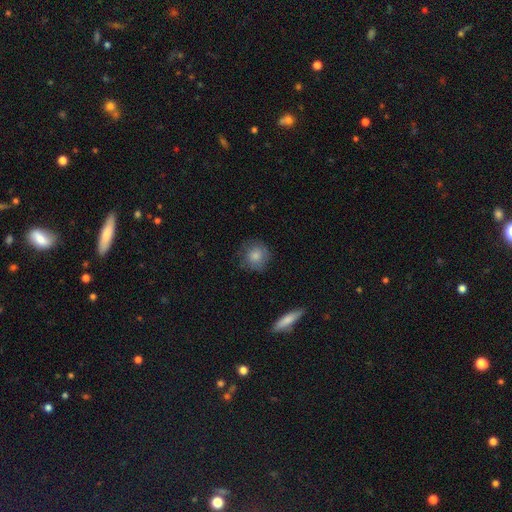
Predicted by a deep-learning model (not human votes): Q: Smooth or featured?
A: smooth (80%); runner-up: featured or disk (12%)
Q: How rounded?
A: round (90%); runner-up: in between (9%)
Q: Merging?
A: none (76%); runner-up: minor disturbance (17%)